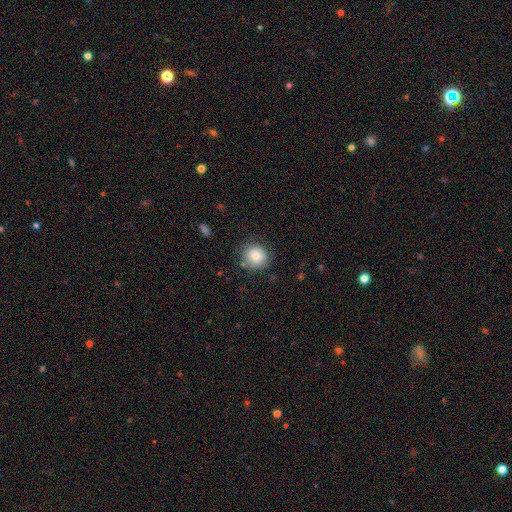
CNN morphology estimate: Overall: smooth (81%). How rounded: round (86%). Merging: none (76%).